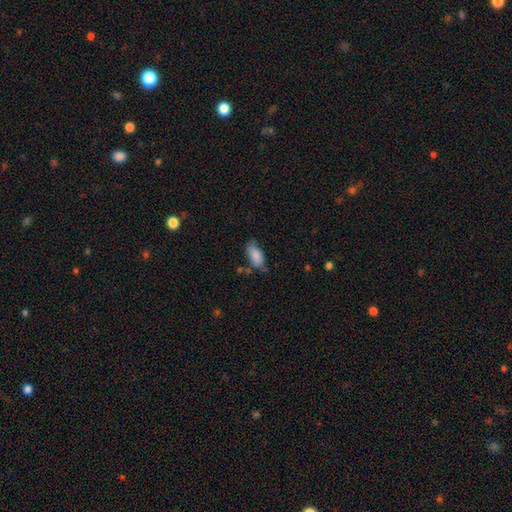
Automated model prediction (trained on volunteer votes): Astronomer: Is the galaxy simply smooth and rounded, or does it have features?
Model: smooth — 85%.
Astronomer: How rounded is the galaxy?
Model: in between — 89%.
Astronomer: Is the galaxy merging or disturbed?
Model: none — 60%.